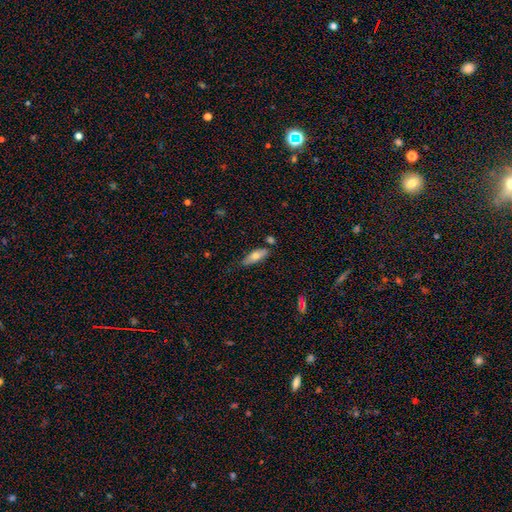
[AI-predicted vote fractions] A smooth galaxy with no disk features (66%) that is in between round and cigar-shaped (63%). Merging: none (72%).